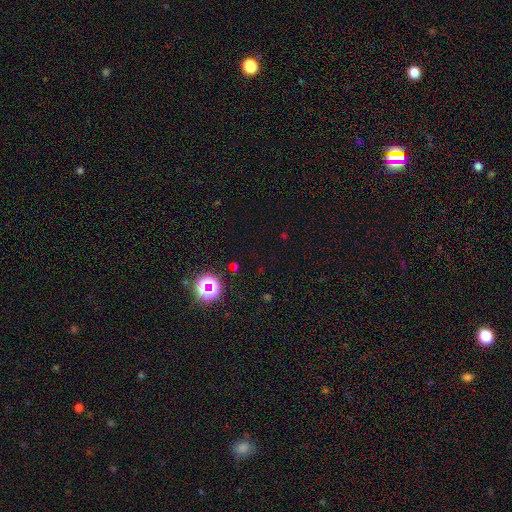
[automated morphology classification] star or artifact 65%, smooth 27%, featured or disk 8%.